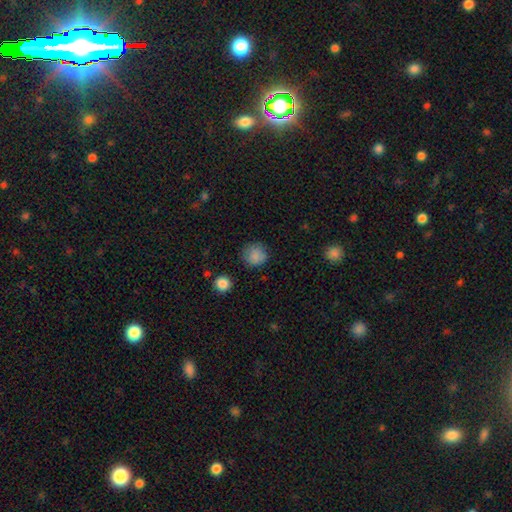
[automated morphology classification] Smooth or featured?
  - smooth: 85% *
  - star or artifact: 10%
  - featured or disk: 5%
How rounded?
  - round: 91% *
  - in between: 8%
  - cigar-shaped: 1%
Merging?
  - none: 82% *
  - minor disturbance: 13%
  - major disturbance: 4%
  - merger: 2%